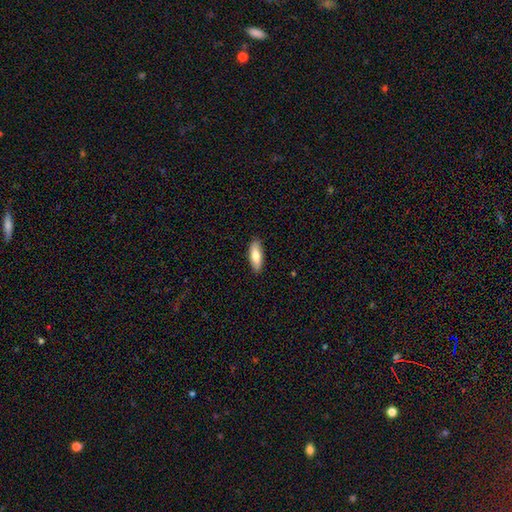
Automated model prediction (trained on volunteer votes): smooth_or_featured: smooth (p=0.75) [alt: featured or disk p=0.19]
how_rounded: in between (p=0.64) [alt: cigar-shaped p=0.34]
merging: none (p=0.88) [alt: minor disturbance p=0.09]